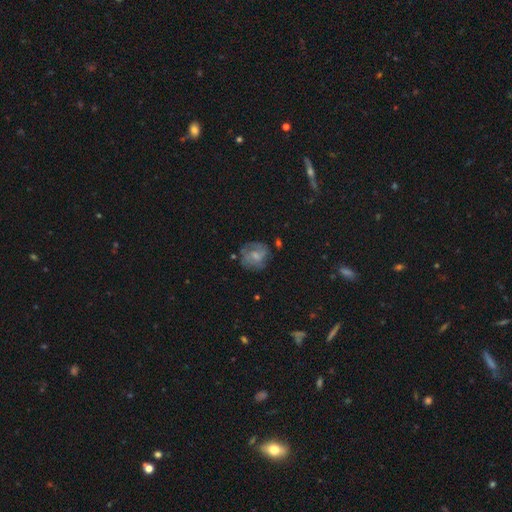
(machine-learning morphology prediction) Smooth or featured? Predicted: featured or disk (p=0.51). Edge-on disk? Predicted: no (p=0.97). Merging? Predicted: none (p=0.62).